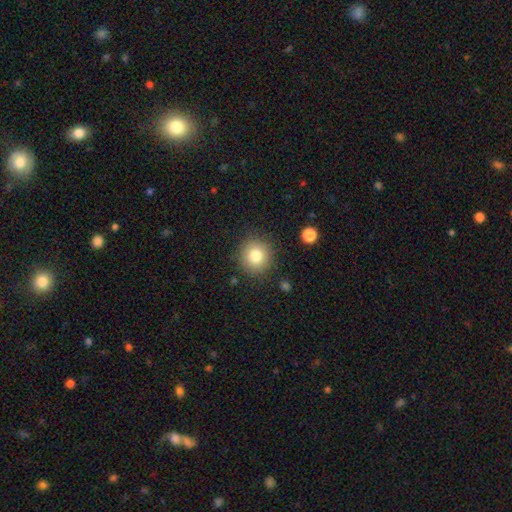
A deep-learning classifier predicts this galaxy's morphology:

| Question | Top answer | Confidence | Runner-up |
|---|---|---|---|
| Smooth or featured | smooth | 79% | star or artifact (11%) |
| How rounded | round | 92% | in between (7%) |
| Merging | none | 87% | minor disturbance (8%) |